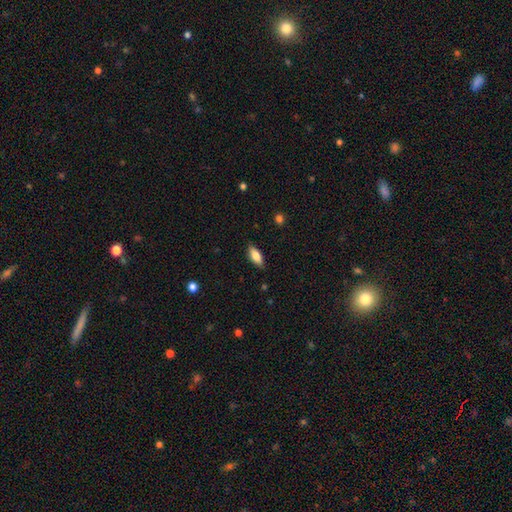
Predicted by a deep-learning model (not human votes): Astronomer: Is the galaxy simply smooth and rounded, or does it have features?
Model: smooth — 76%.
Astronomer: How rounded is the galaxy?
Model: in between — 80%.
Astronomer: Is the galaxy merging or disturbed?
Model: none — 86%.